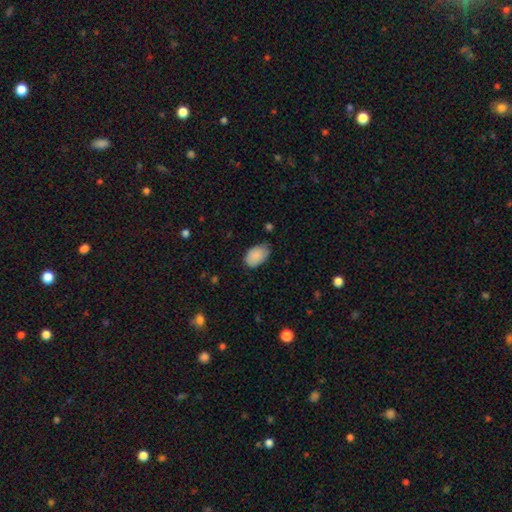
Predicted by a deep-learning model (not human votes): smooth_or_featured: smooth (p=0.89) [alt: star or artifact p=0.06]
how_rounded: in between (p=0.90) [alt: round p=0.09]
merging: none (p=0.70) [alt: minor disturbance p=0.24]